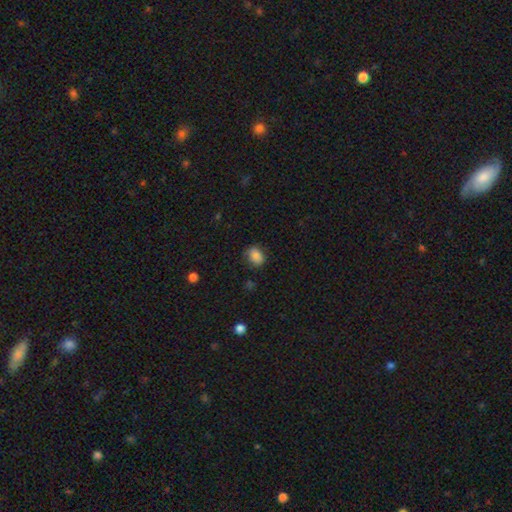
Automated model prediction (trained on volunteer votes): Overall: smooth (85%). How rounded: in between (62%; round 37%). Merging: none (75%).